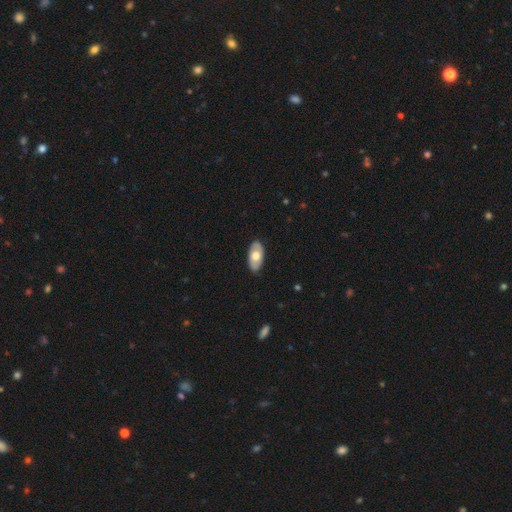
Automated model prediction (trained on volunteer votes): This is possibly a smooth galaxy (59%). How rounded: clearly in between (94%). Merging: clearly none (86%).